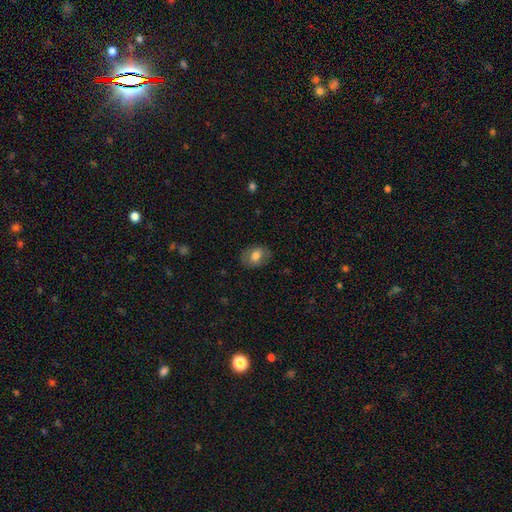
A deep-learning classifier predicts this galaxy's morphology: Smooth or featured? Predicted: smooth (p=0.71). How rounded? Predicted: in between (p=0.67). Merging? Predicted: none (p=0.82).